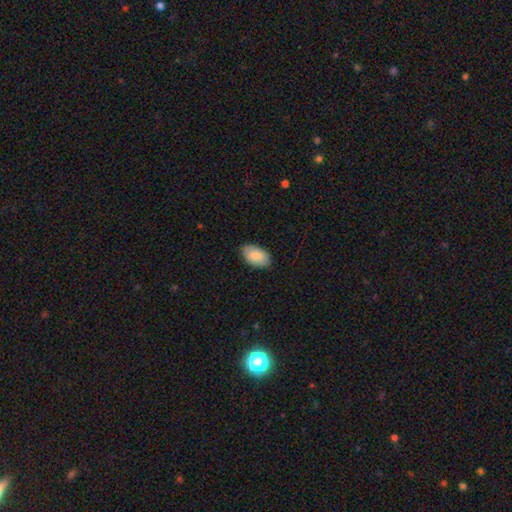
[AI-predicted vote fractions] This appears to be a smooth galaxy with no disk features (85%) that is in between round and cigar-shaped (94%). Merging: none (86%).